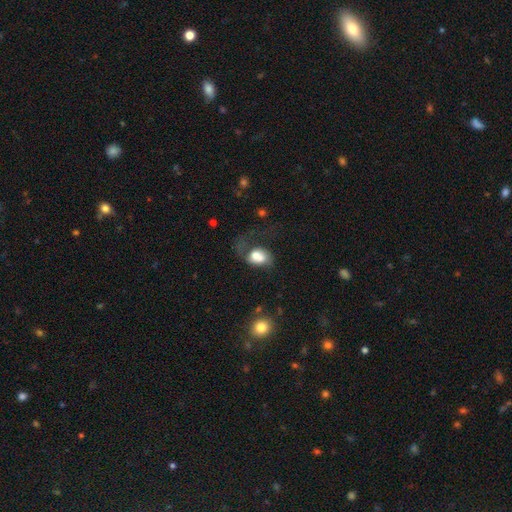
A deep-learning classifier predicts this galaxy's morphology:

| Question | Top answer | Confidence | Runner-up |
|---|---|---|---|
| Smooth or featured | smooth | 65% | featured or disk (27%) |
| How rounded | in between | 68% | round (31%) |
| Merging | major disturbance | 44% | none (22%) |